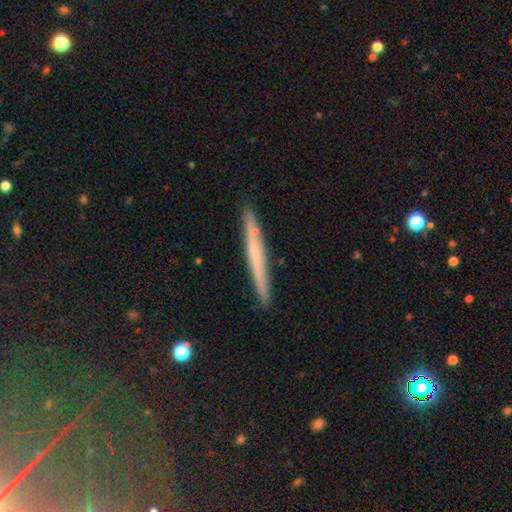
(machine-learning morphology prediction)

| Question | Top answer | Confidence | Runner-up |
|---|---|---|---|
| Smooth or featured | smooth | 49% | featured or disk (45%) |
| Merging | none | 90% | minor disturbance (8%) |